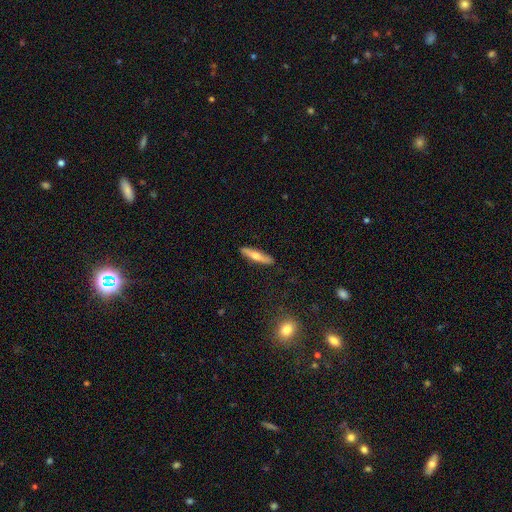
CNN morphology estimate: This appears to be a smooth galaxy with no disk features (55%) that is cigar-shaped (85%). Merging: none (89%).